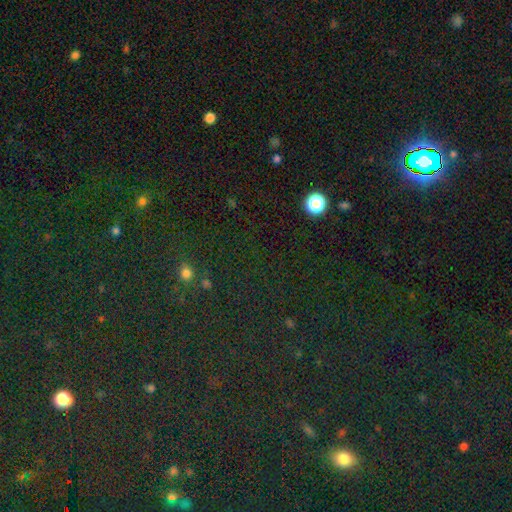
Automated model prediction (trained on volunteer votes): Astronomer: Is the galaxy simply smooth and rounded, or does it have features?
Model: star or artifact — 74%.